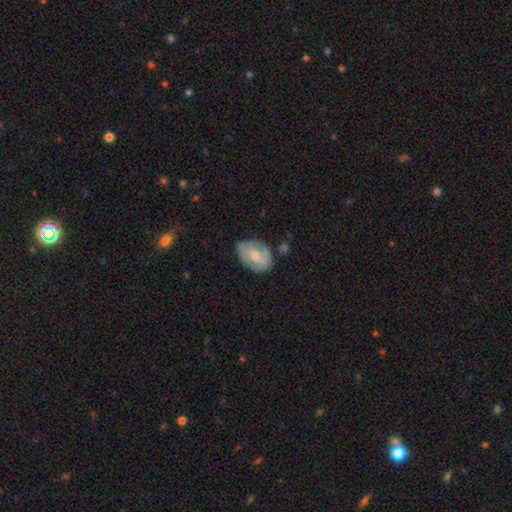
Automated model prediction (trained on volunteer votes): Smooth or featured: featured or disk — 52% (smooth — 42%)
Edge-on disk: no — 96% (yes — 4%)
Merging: none — 65% (minor disturbance — 25%)